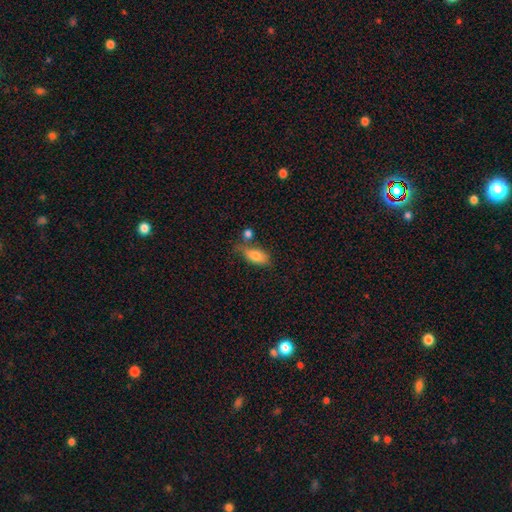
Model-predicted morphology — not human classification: smooth 78%, featured or disk 14%, star or artifact 8%. Down the decision tree: how rounded — in between (82%); merging — none (51%).